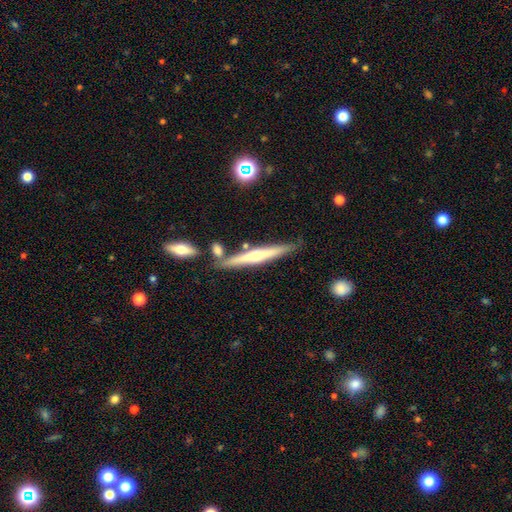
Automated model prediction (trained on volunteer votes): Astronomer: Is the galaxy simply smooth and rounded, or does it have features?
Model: featured or disk — 60%.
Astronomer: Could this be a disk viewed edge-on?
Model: yes — 96%.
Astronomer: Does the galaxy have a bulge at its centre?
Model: rounded — 80%.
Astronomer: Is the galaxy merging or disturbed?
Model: none — 76%.